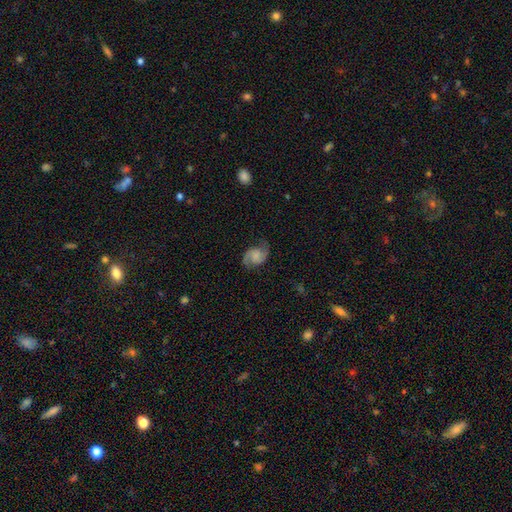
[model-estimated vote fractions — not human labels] Smooth or featured?
  - featured or disk: 78% *
  - smooth: 15%
  - star or artifact: 7%
Edge-on disk?
  - no: 98% *
  - yes: 2%
Bar?
  - no: 57% *
  - weak: 36%
  - strong: 7%
Spiral arms?
  - yes: 96% *
  - no: 4%
Spiral winding?
  - medium: 53% *
  - loose: 28%
  - tight: 19%
Spiral arm count?
  - 2: 92% *
  - can't tell: 3%
  - 1: 2%
  - 3: 1%
  - 4: 1%
  - more than 4: 1%
Bulge size?
  - none: 42% *
  - small: 27%
  - moderate: 21%
  - large: 7%
  - dominant: 2%
Merging?
  - none: 76% *
  - minor disturbance: 16%
  - major disturbance: 6%
  - merger: 1%